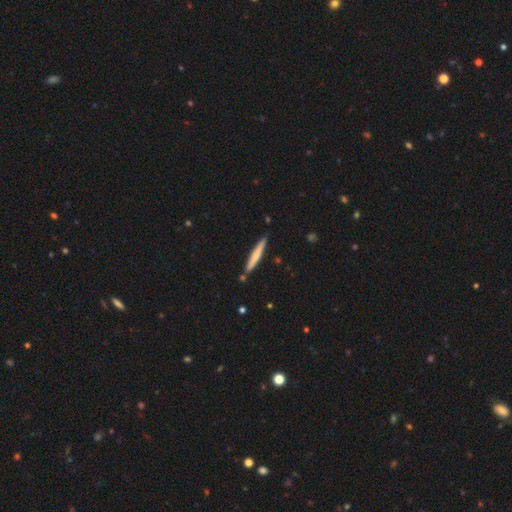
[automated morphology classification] Q: Smooth or featured?
A: smooth (61%); runner-up: featured or disk (34%)
Q: How rounded?
A: cigar-shaped (95%); runner-up: in between (3%)
Q: Merging?
A: none (83%); runner-up: minor disturbance (10%)